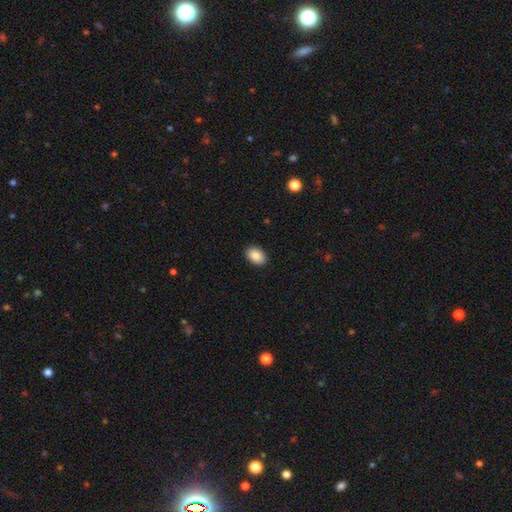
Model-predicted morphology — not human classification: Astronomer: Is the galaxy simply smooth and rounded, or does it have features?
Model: smooth — 89%.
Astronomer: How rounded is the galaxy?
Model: in between — 86%.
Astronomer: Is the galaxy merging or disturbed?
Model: none — 91%.